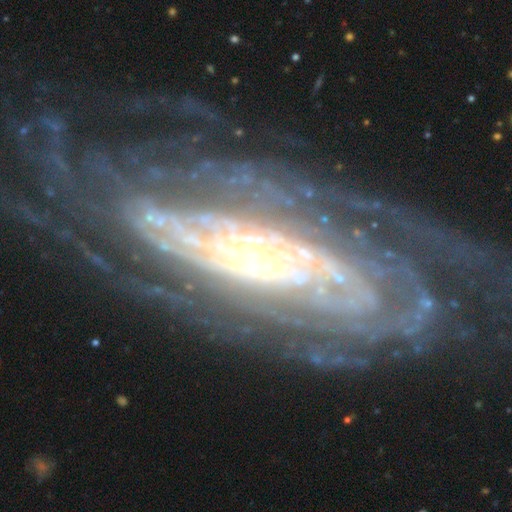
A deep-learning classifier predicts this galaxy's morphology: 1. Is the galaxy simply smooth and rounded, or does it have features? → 86% featured or disk, 7% star or artifact, 7% smooth.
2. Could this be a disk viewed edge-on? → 87% no, 13% yes.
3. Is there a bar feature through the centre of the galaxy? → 65% no, 22% weak, 14% strong.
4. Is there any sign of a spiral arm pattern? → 92% yes, 8% no.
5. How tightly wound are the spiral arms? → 64% tight, 26% medium, 10% loose.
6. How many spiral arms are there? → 38% can't tell, 23% 2, 11% 3, 10% more than 4, 10% 4, 8% 1.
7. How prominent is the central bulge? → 73% small, 17% moderate, 4% none, 4% large, 2% dominant.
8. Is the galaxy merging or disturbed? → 66% none, 17% minor disturbance, 14% major disturbance, 3% merger.